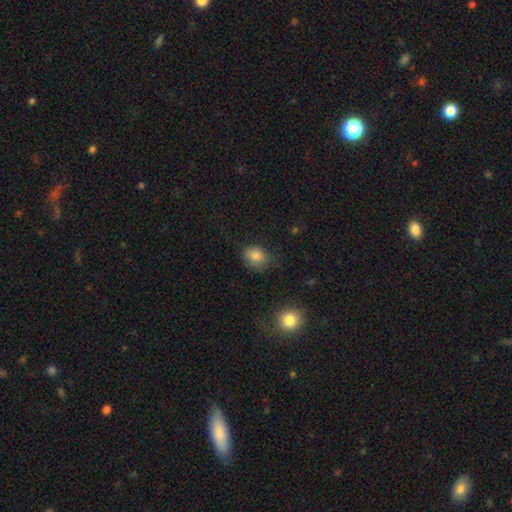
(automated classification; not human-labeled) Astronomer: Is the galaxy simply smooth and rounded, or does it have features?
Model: smooth — 84%.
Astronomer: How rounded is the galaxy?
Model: in between — 52% (runner-up: round, 47%).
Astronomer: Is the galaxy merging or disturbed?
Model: none — 70%.